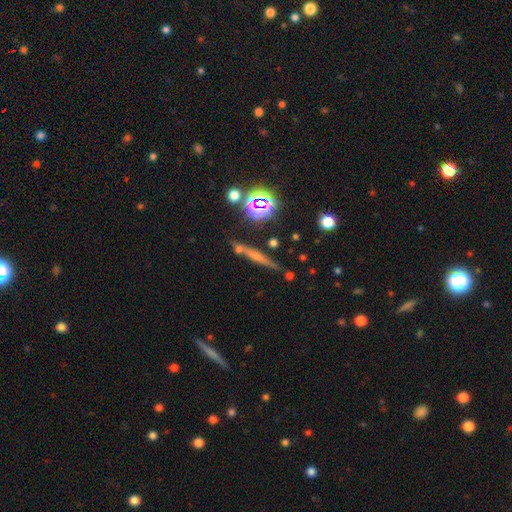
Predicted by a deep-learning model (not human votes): A smooth galaxy with no disk features (42%).

Vote fractions:
- Smooth or featured? smooth: 42% / featured or disk: 38% / star or artifact: 20%
- Merging? none: 73% / minor disturbance: 13% / merger: 9% / major disturbance: 4%